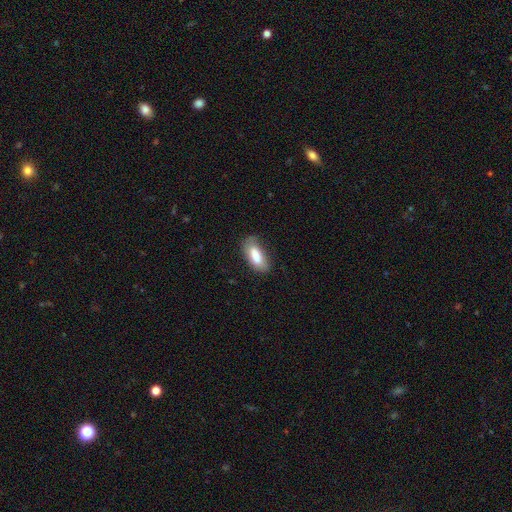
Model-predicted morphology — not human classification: type=smooth (80%); roundness=in between (81%); merging=none (63%).